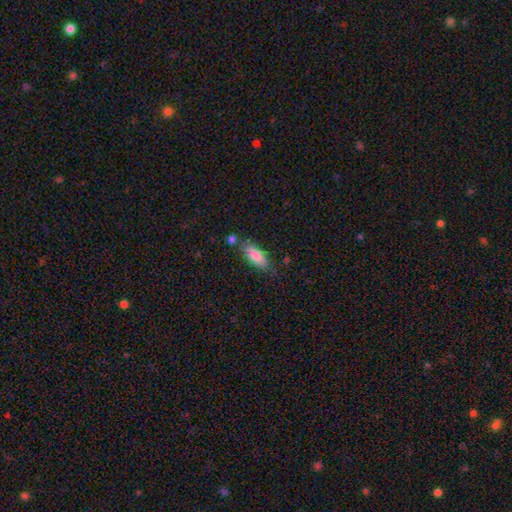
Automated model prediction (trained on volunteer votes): A smooth galaxy with no disk features (82%) that is in between round and cigar-shaped (75%).

Vote fractions:
- Smooth or featured? smooth: 82% / featured or disk: 11% / star or artifact: 7%
- How rounded? in between: 75% / cigar-shaped: 23% / round: 2%
- Merging? none: 70% / minor disturbance: 18% / merger: 8% / major disturbance: 4%